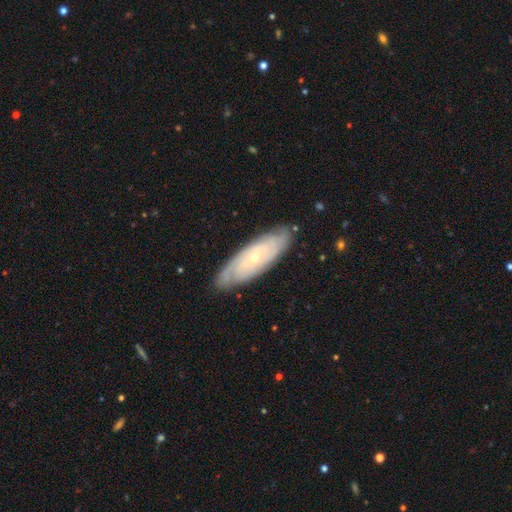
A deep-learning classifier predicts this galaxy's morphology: This appears to be a featured or disk galaxy (67%) with no bar (79%), spiral arms (83%) and a small central bulge (79%). Merging: none (84%).